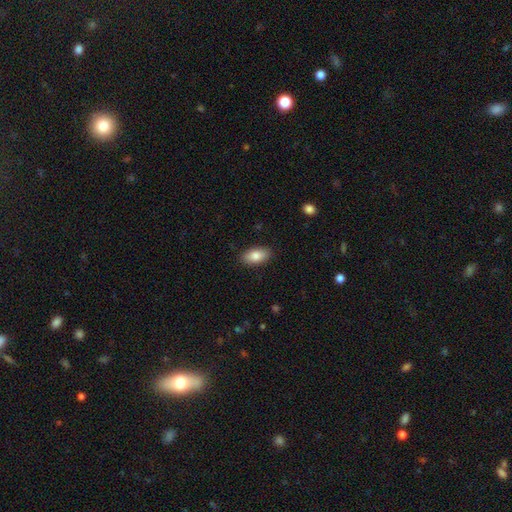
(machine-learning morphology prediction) Q: Smooth or featured?
A: smooth (85%); runner-up: featured or disk (9%)
Q: How rounded?
A: in between (91%); runner-up: cigar-shaped (5%)
Q: Merging?
A: none (88%); runner-up: minor disturbance (9%)